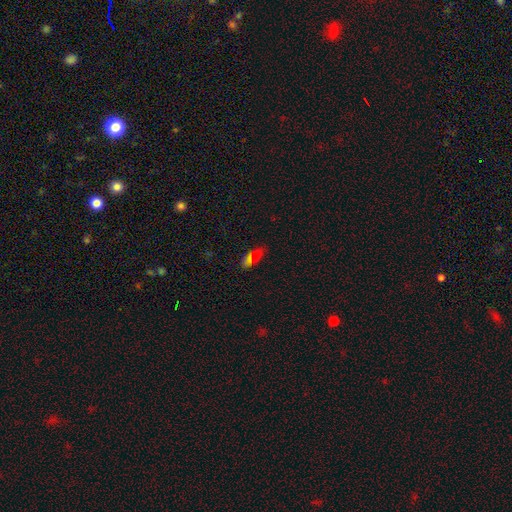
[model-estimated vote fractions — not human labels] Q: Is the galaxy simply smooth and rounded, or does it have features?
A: smooth — 61%.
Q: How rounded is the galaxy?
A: in between — 73%.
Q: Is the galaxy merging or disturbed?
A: none — 76%.